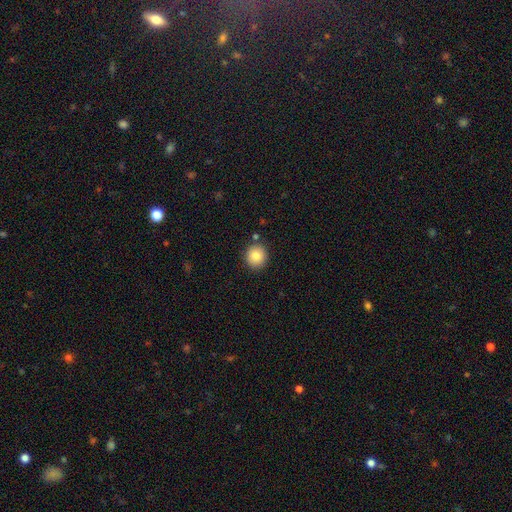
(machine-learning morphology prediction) This is clearly a smooth galaxy (84%). How rounded: clearly round (88%). Merging: clearly none (86%).